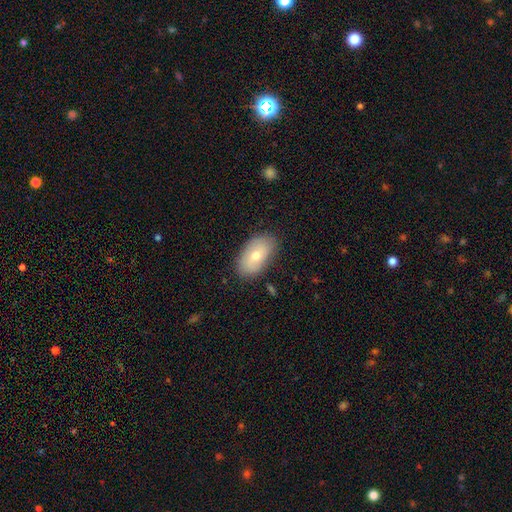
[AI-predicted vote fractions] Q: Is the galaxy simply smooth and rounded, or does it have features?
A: smooth — 67%.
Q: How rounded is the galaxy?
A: in between — 93%.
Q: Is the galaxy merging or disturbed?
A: none — 81%.